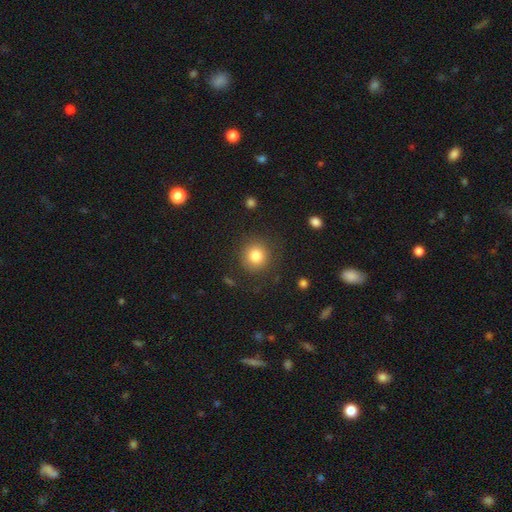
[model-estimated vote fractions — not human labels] Smooth or featured?
  - smooth: 82% *
  - star or artifact: 10%
  - featured or disk: 7%
How rounded?
  - round: 91% *
  - in between: 9%
  - cigar-shaped: 1%
Merging?
  - none: 85% *
  - minor disturbance: 9%
  - major disturbance: 4%
  - merger: 2%